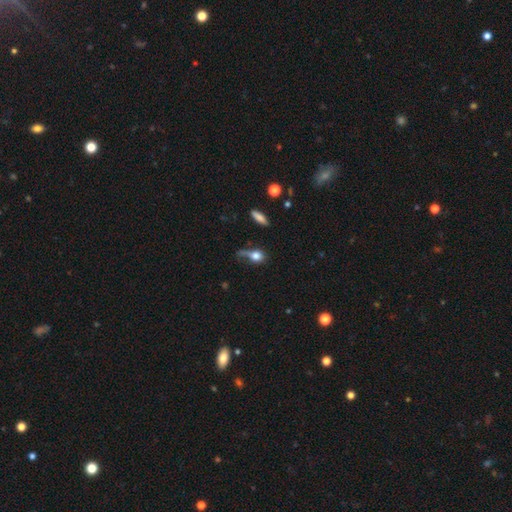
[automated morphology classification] Smooth or featured?
  - smooth: 74% *
  - featured or disk: 16%
  - star or artifact: 10%
How rounded?
  - round: 48% *
  - in between: 44%
  - cigar-shaped: 7%
Merging?
  - none: 35% *
  - major disturbance: 32%
  - minor disturbance: 22%
  - merger: 11%